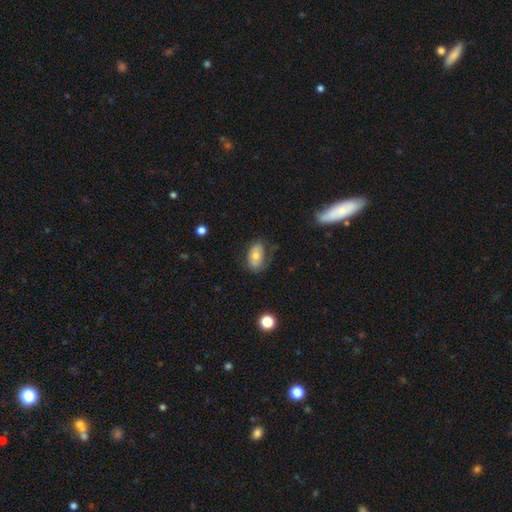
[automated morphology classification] Smooth or featured? Predicted: smooth (p=0.62). How rounded? Predicted: in between (p=0.89). Merging? Predicted: none (p=0.63).